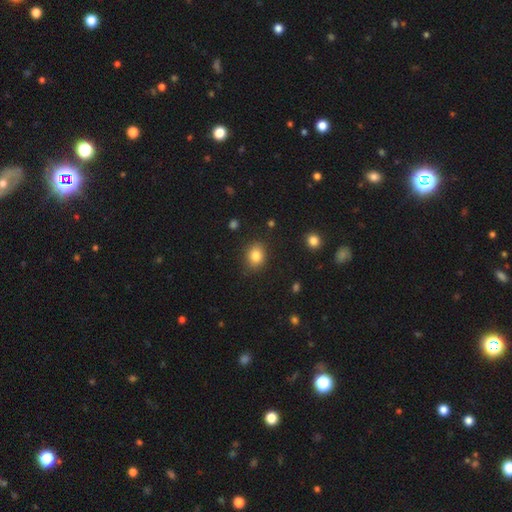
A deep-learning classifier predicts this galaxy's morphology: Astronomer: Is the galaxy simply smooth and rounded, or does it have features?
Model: smooth — 83%.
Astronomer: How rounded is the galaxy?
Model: round — 52% (runner-up: in between, 47%).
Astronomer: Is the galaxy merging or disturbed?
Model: none — 84%.